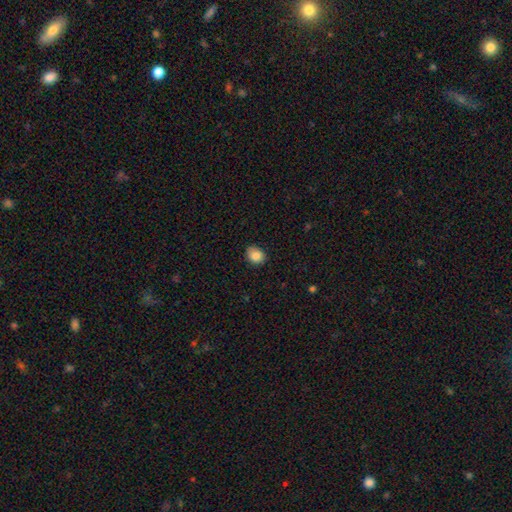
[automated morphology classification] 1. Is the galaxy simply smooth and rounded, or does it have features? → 85% smooth, 9% star or artifact, 6% featured or disk.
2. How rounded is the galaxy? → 51% round, 49% in between, 1% cigar-shaped.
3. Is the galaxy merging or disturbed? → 82% none, 15% minor disturbance, 2% major disturbance, 1% merger.